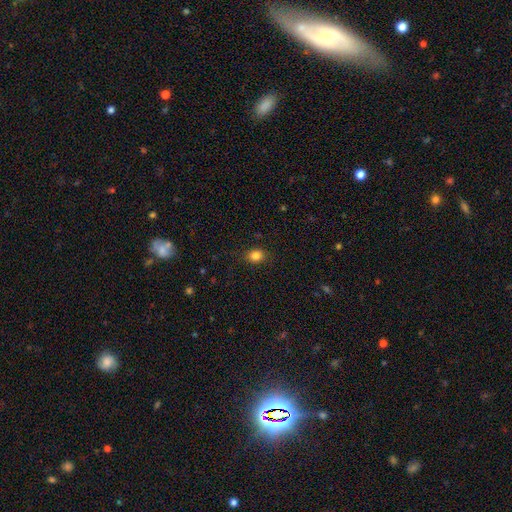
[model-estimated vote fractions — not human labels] Morphology: type=smooth (83%); roundness=round (55%); merging=none (87%).